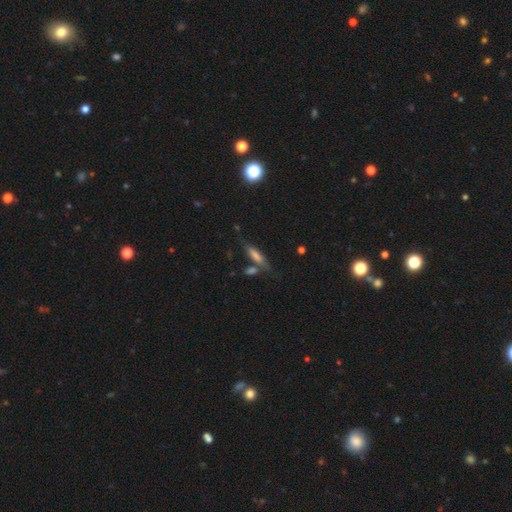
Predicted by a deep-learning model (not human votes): This is likely a smooth galaxy (61%). How rounded: likely cigar-shaped (68%). Merging: likely none (65%).